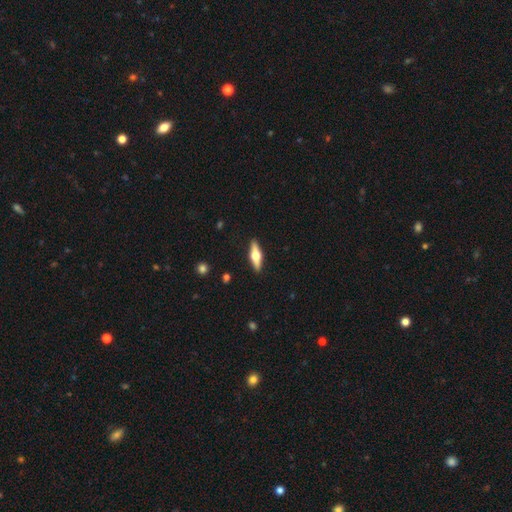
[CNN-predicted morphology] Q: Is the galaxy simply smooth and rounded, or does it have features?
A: featured or disk — 58%.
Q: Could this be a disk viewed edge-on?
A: yes — 94%.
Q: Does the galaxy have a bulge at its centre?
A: rounded — 95%.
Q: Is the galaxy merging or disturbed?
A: none — 91%.